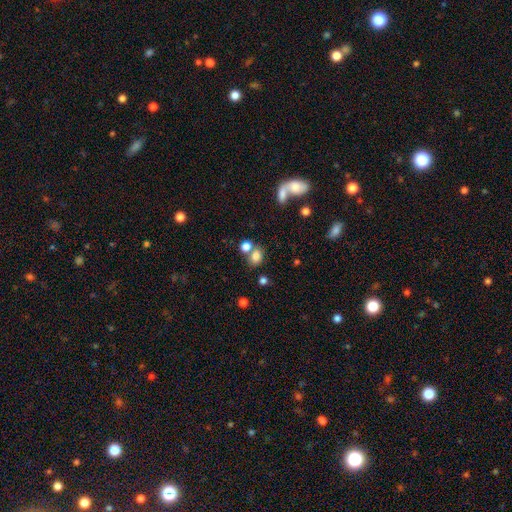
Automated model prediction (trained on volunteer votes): smooth-or-featured: smooth: 78% | star or artifact: 13% | featured or disk: 9%
  how-rounded: round: 53% | in between: 45% | cigar-shaped: 1%
  merging: none: 56% | merger: 28% | minor disturbance: 11% | major disturbance: 5%